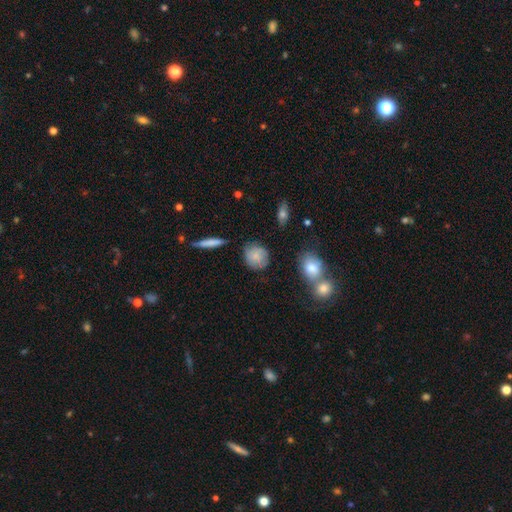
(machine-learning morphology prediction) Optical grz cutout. It shows a smooth galaxy with no disk features (68%) that is round (70%). Merging: none (70%).